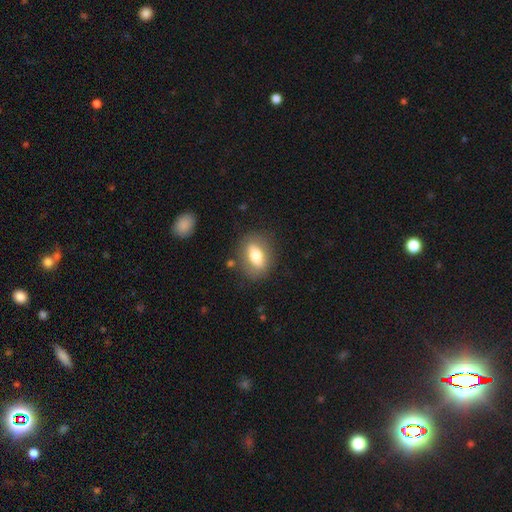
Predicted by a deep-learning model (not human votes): This is likely a smooth galaxy (65%). How rounded: likely in between (77%). Merging: clearly none (81%).